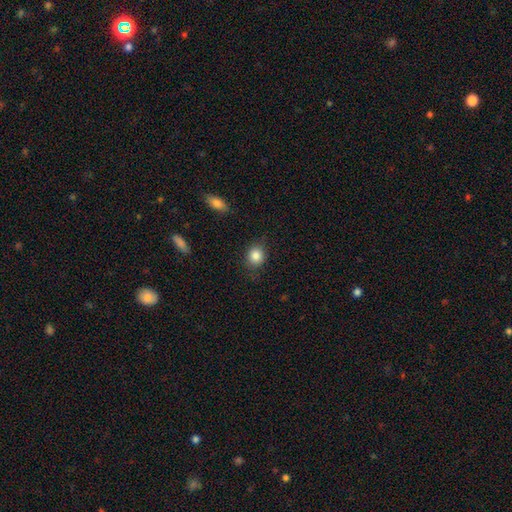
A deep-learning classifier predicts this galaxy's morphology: smooth_or_featured: smooth (p=0.85) [alt: star or artifact p=0.10]
how_rounded: round (p=0.73) [alt: in between p=0.26]
merging: none (p=0.82) [alt: minor disturbance p=0.13]